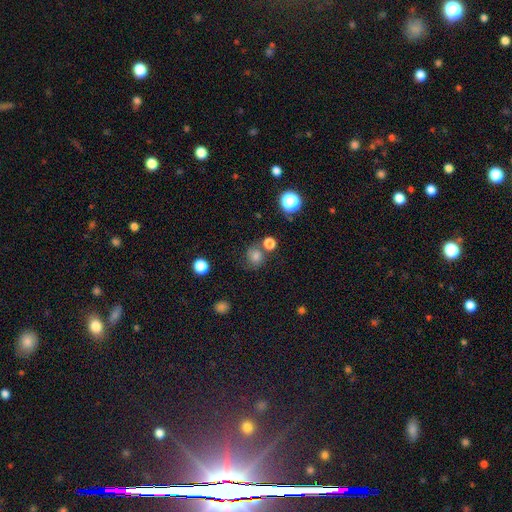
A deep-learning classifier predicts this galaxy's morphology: type=smooth (72%); roundness=round (82%); merging=none (64%).